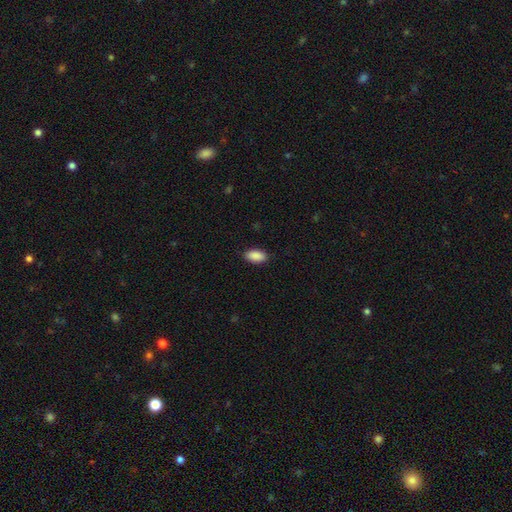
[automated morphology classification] Smooth or featured?
  - smooth: 91% *
  - star or artifact: 7%
  - featured or disk: 3%
How rounded?
  - in between: 94% *
  - cigar-shaped: 3%
  - round: 3%
Merging?
  - none: 88% *
  - minor disturbance: 9%
  - major disturbance: 2%
  - merger: 1%